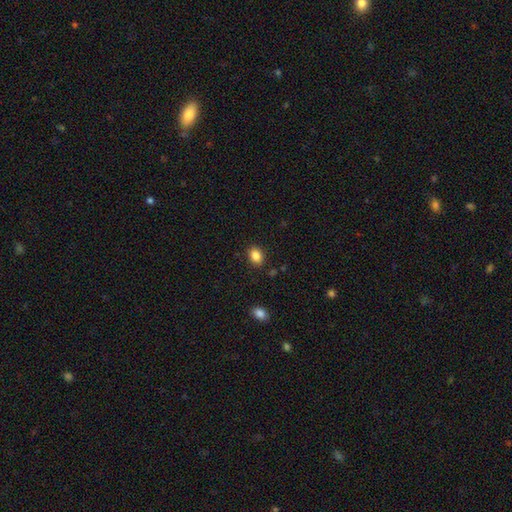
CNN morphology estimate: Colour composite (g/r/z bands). It shows a smooth galaxy with no disk features (86%) that is in between round and cigar-shaped (70%). Merging: none (87%).